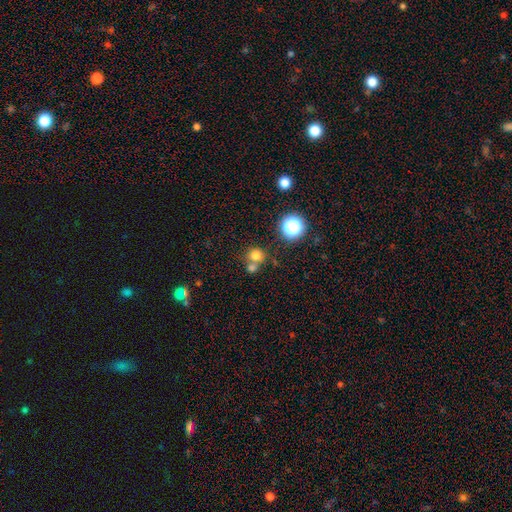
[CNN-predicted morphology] Smooth or featured: smooth — 73% (star or artifact — 18%)
How rounded: round — 88% (in between — 11%)
Merging: none — 57% (merger — 32%)